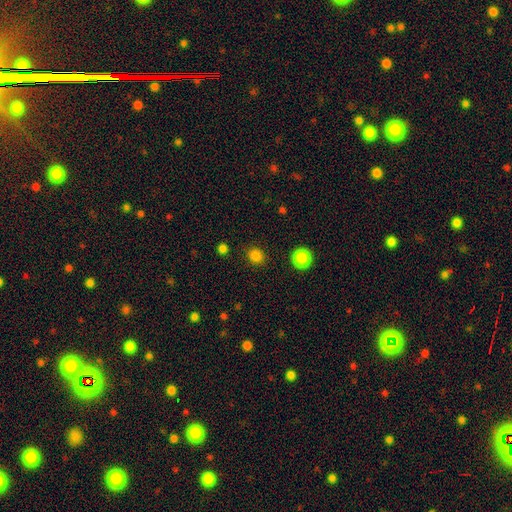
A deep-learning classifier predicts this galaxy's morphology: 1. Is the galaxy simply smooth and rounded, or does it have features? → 84% smooth, 13% star or artifact, 3% featured or disk.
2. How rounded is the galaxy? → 80% round, 19% in between, 1% cigar-shaped.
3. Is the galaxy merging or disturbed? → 89% none, 7% minor disturbance, 3% major disturbance, 2% merger.